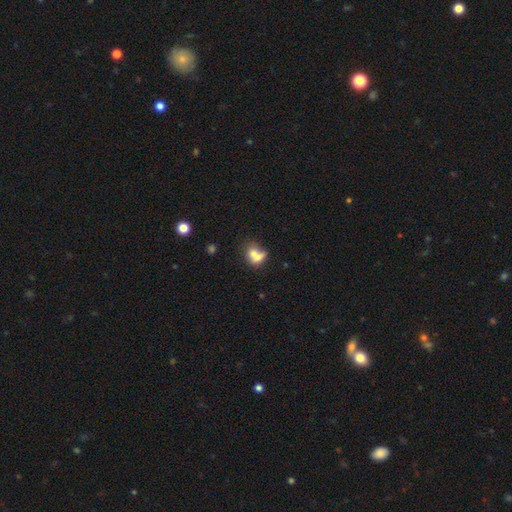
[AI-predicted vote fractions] smooth 66%, featured or disk 24%, star or artifact 10%. Down the decision tree: how rounded — in between (51%); merging — merger (62%).